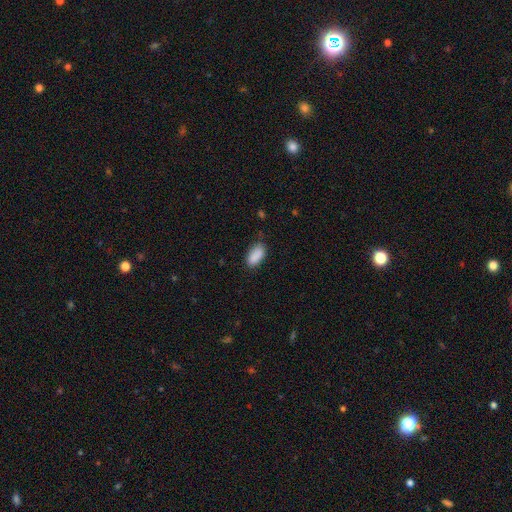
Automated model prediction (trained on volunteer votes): Smooth or featured? Predicted: smooth (p=0.89). How rounded? Predicted: in between (p=0.91). Merging? Predicted: none (p=0.79).